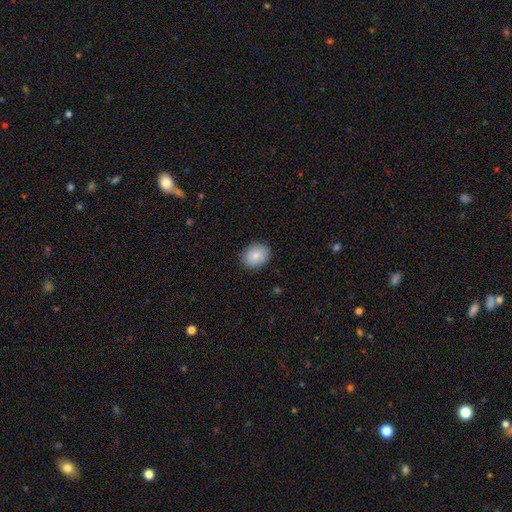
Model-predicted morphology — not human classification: smooth 85%, featured or disk 8%, star or artifact 7%. Down the decision tree: how rounded — round (53%); merging — none (88%).